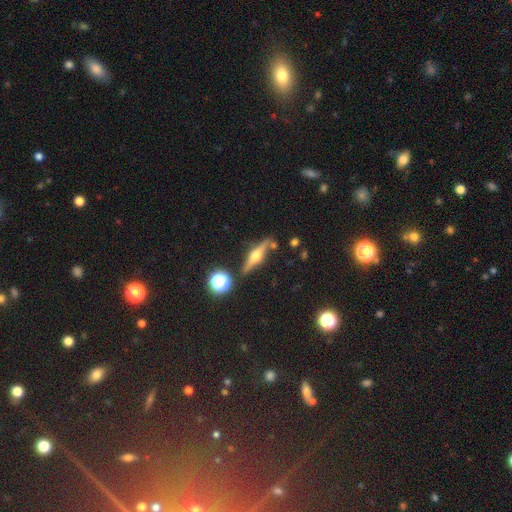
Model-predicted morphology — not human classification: Smooth or featured? Predicted: featured or disk (p=0.74). Edge-on disk? Predicted: yes (p=0.96). Edge-on bulge? Predicted: rounded (p=0.95). Merging? Predicted: none (p=0.82).